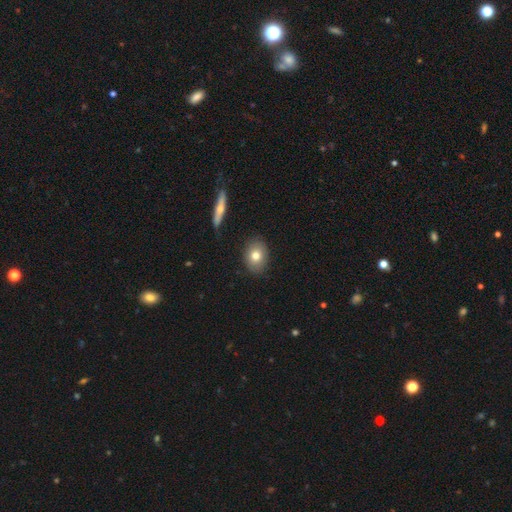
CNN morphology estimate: smooth 75%, featured or disk 17%, star or artifact 8%. Down the decision tree: how rounded — in between (66%); merging — none (86%).